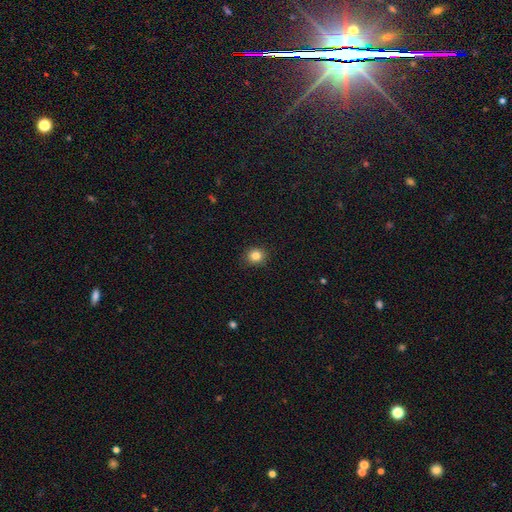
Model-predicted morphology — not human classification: A smooth galaxy with no disk features (84%) that is round (81%).

Vote fractions:
- Smooth or featured? smooth: 84% / star or artifact: 11% / featured or disk: 5%
- How rounded? round: 81% / in between: 18% / cigar-shaped: 1%
- Merging? none: 89% / minor disturbance: 8% / major disturbance: 2% / merger: 1%